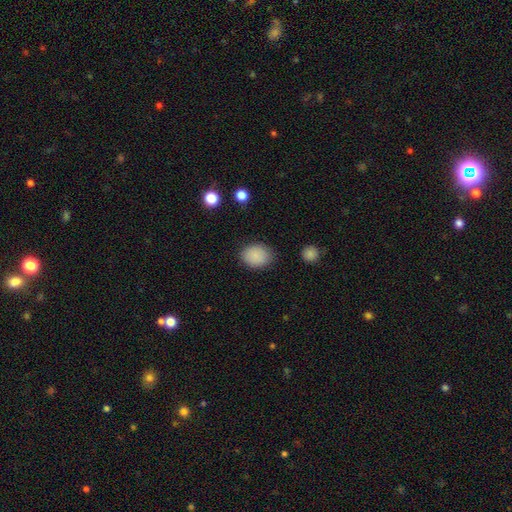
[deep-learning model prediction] smooth-or-featured: smooth: 88% | star or artifact: 8% | featured or disk: 4%
  how-rounded: in between: 56% | round: 43% | cigar-shaped: 1%
  merging: none: 84% | minor disturbance: 11% | major disturbance: 3% | merger: 1%